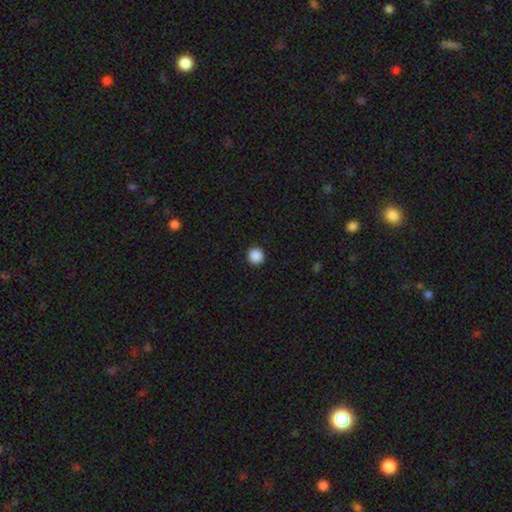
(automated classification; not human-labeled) smooth_or_featured: smooth (p=0.89) [alt: star or artifact p=0.09]
how_rounded: round (p=0.96) [alt: in between p=0.03]
merging: none (p=0.93) [alt: minor disturbance p=0.04]